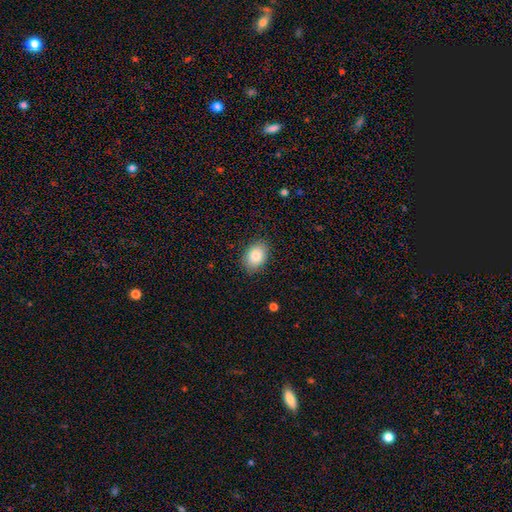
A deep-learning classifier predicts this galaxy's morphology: Smooth or featured? Predicted: smooth (p=0.86). How rounded? Predicted: in between (p=0.81). Merging? Predicted: none (p=0.85).